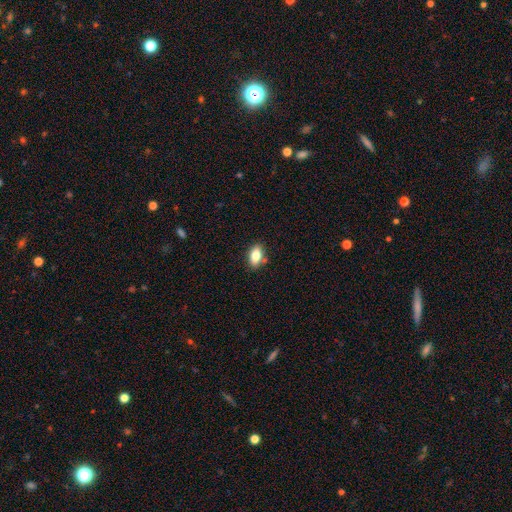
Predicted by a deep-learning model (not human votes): smooth_or_featured: smooth (p=0.80) [alt: featured or disk p=0.11]
how_rounded: in between (p=0.88) [alt: round p=0.08]
merging: none (p=0.80) [alt: minor disturbance p=0.13]